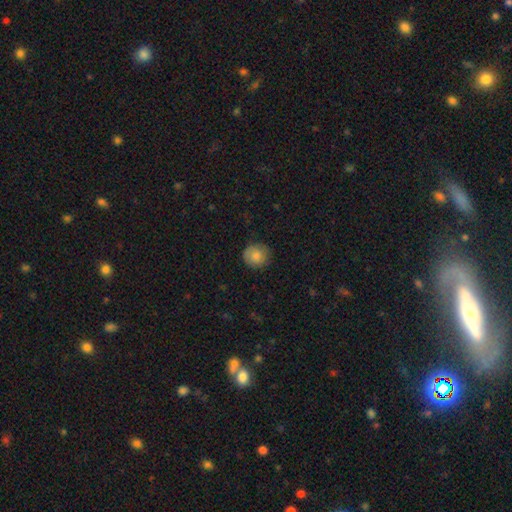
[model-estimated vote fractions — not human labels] A smooth galaxy with no disk features (82%) that is round (89%). Merging: none (84%).